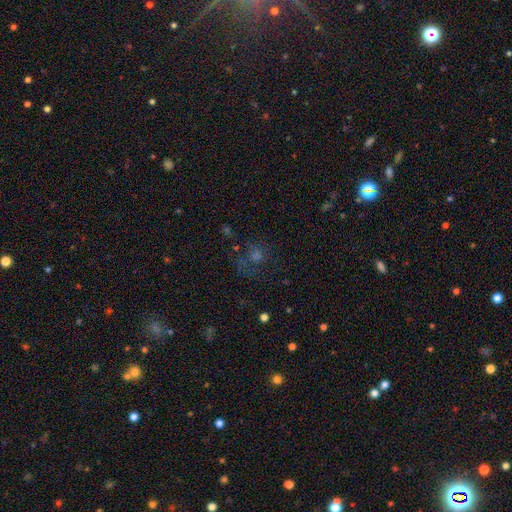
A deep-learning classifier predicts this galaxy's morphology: smooth-or-featured: star or artifact: 50% | smooth: 32% | featured or disk: 18%